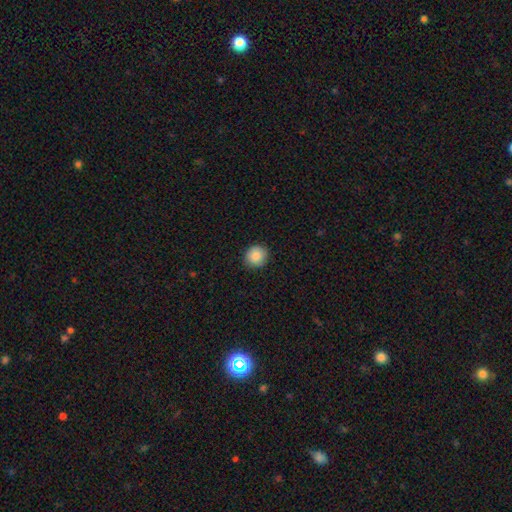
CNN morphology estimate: This appears to be a smooth galaxy with no disk features (88%) that is round (89%). Merging: none (90%).